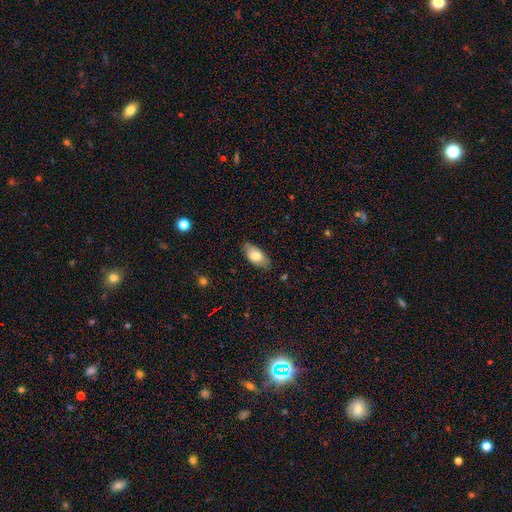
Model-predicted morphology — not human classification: This is likely a smooth galaxy (76%). How rounded: clearly in between (92%). Merging: clearly none (80%).